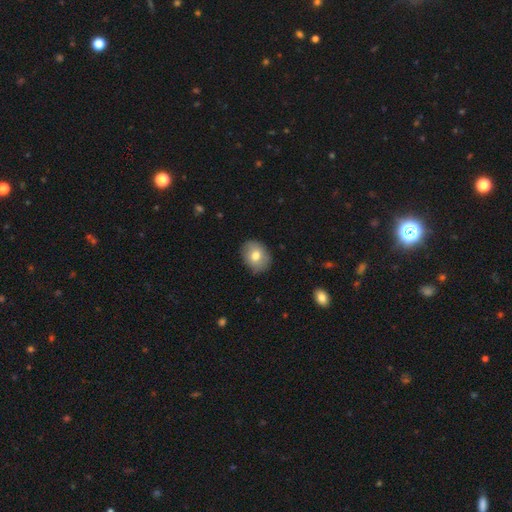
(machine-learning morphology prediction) Smooth or featured?
  - smooth: 74% *
  - featured or disk: 18%
  - star or artifact: 8%
How rounded?
  - round: 52% *
  - in between: 47%
  - cigar-shaped: 1%
Merging?
  - none: 84% *
  - minor disturbance: 12%
  - major disturbance: 3%
  - merger: 1%